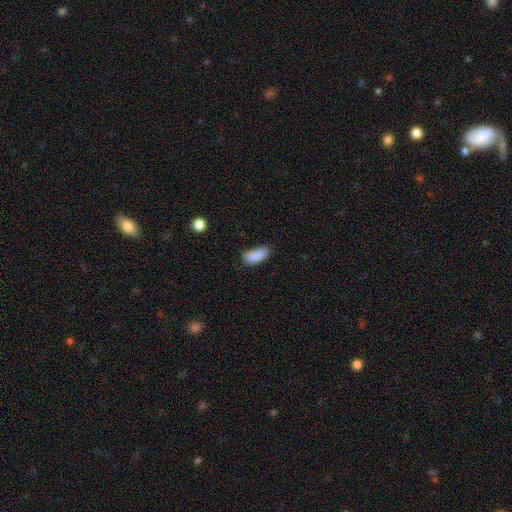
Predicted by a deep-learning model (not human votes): The model was most divided on "merging": none: 61%, minor disturbance: 30%, major disturbance: 6%, merger: 2%. More confident: smooth or featured — smooth (87%); how rounded — in between (84%).